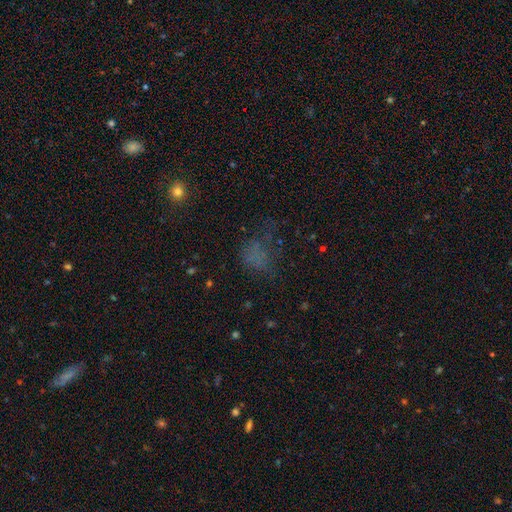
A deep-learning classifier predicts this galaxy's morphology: Overall: smooth (48%; star or artifact 30%). Merging: none (43%; major disturbance 33%).